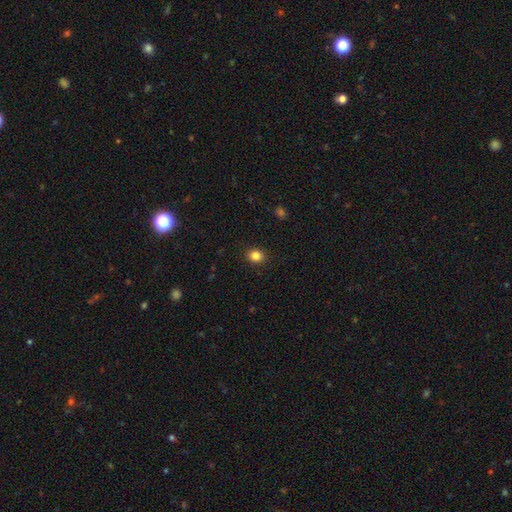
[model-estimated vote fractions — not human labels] This appears to be a smooth galaxy with no disk features (84%) that is round (69%). Merging: none (91%).